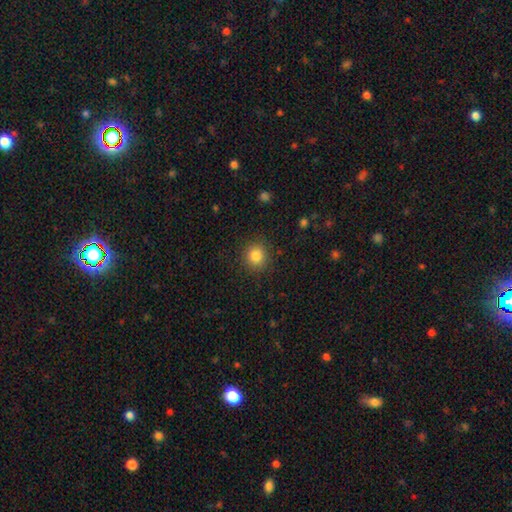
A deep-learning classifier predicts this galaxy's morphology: A smooth galaxy with no disk features (83%) that is round (90%). Merging: none (89%).